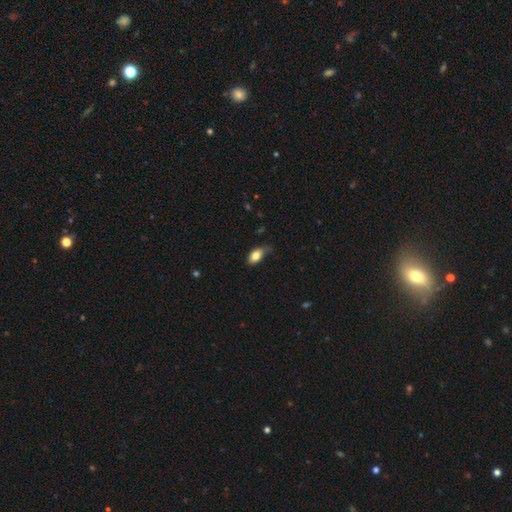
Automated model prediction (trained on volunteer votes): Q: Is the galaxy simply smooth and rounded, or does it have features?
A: smooth — 80%.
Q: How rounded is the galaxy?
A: in between — 89%.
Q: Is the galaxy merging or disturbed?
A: none — 53%.